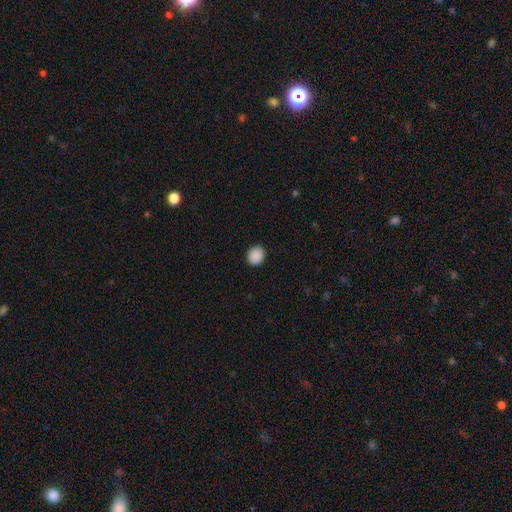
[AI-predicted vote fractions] Smooth or featured?
  - smooth: 89% *
  - star or artifact: 8%
  - featured or disk: 2%
How rounded?
  - round: 73% *
  - in between: 26%
  - cigar-shaped: 1%
Merging?
  - none: 91% *
  - minor disturbance: 6%
  - major disturbance: 2%
  - merger: 1%